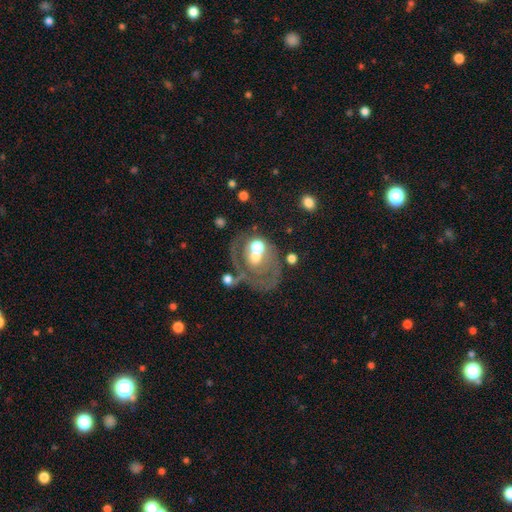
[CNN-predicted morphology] smooth-or-featured: featured or disk: 58% | smooth: 32% | star or artifact: 10%
  disk-edge-on: no: 97% | yes: 3%
    bar: no: 78% | weak: 16% | strong: 6%
    has-spiral-arms: no: 57% | yes: 43%
    bulge-size: moderate: 52% | large: 25% | small: 13% | none: 6% | dominant: 5%
  merging: merger: 34% | major disturbance: 30% | none: 24% | minor disturbance: 13%